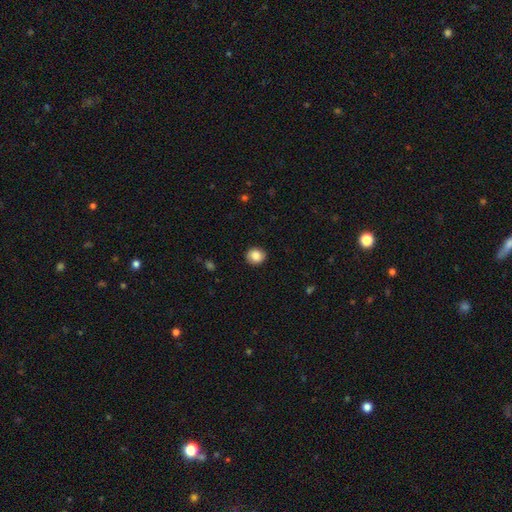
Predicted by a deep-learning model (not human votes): smooth_or_featured: smooth (p=0.86) [alt: star or artifact p=0.09]
how_rounded: round (p=0.81) [alt: in between p=0.18]
merging: none (p=0.89) [alt: minor disturbance p=0.08]